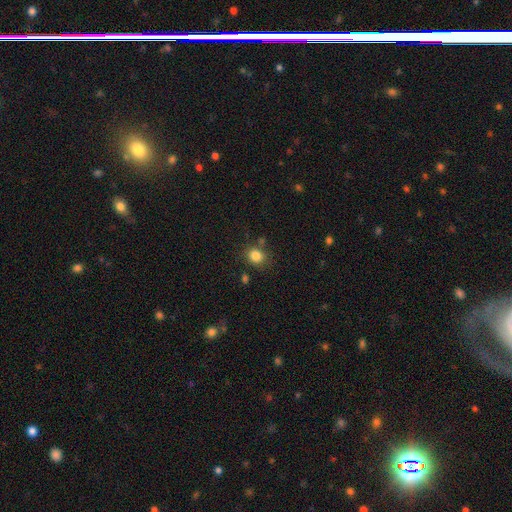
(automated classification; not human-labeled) Smooth or featured?
  - smooth: 84% *
  - star or artifact: 11%
  - featured or disk: 5%
How rounded?
  - round: 67% *
  - in between: 32%
  - cigar-shaped: 1%
Merging?
  - none: 77% *
  - minor disturbance: 13%
  - merger: 7%
  - major disturbance: 4%